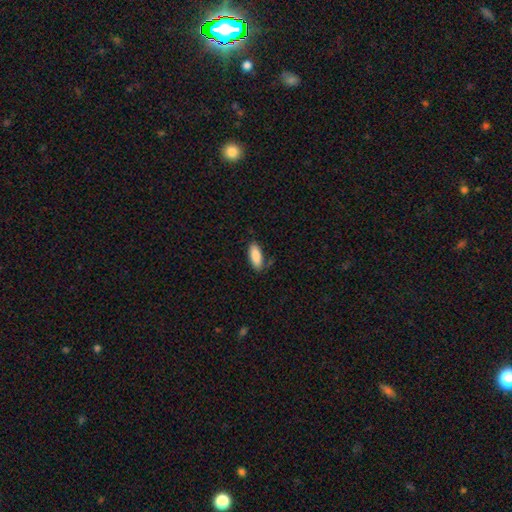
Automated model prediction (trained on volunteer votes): The model was most divided on "how rounded": in between: 78%, cigar-shaped: 21%, round: 2%. More confident: smooth or featured — smooth (88%); merging — none (81%).